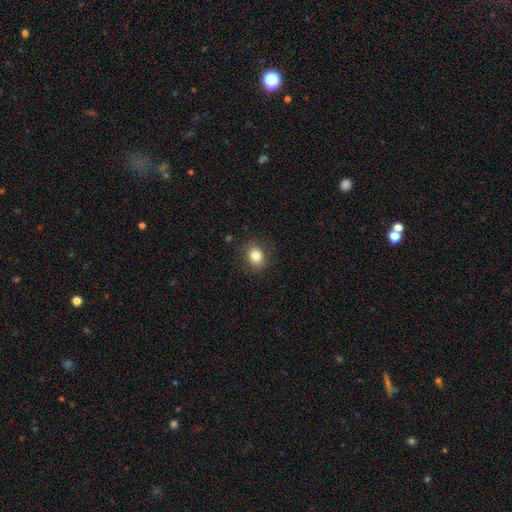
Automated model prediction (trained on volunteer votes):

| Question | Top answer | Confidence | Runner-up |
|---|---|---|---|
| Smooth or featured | smooth | 82% | star or artifact (10%) |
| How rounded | round | 63% | in between (36%) |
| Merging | none | 86% | minor disturbance (10%) |